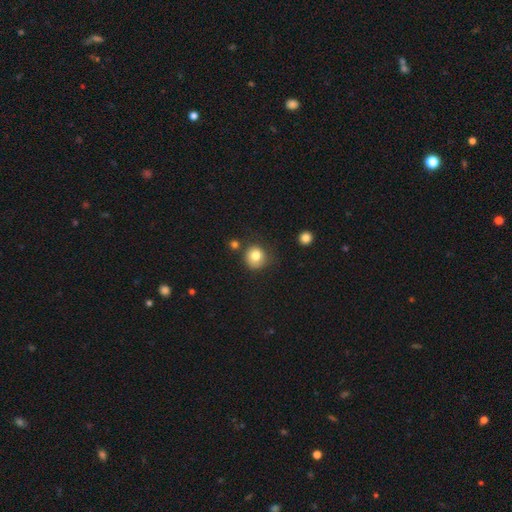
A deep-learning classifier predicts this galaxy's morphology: Overall: smooth (80%). How rounded: round (88%). Merging: none (68%).